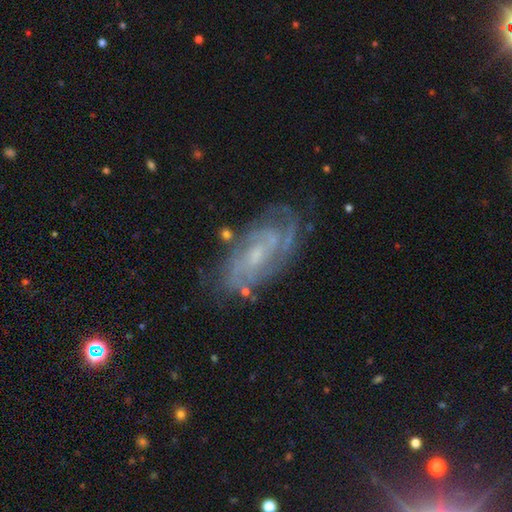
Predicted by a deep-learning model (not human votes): Q: Smooth or featured?
A: featured or disk (82%); runner-up: smooth (11%)
Q: Edge-on disk?
A: no (94%); runner-up: yes (6%)
Q: Bar?
A: no (52%); runner-up: weak (40%)
Q: Spiral arms?
A: yes (92%); runner-up: no (8%)
Q: Spiral winding?
A: tight (54%); runner-up: medium (36%)
Q: Spiral arm count?
A: can't tell (37%); runner-up: 2 (29%)
Q: Bulge size?
A: small (59%); runner-up: moderate (28%)
Q: Merging?
A: none (70%); runner-up: minor disturbance (19%)